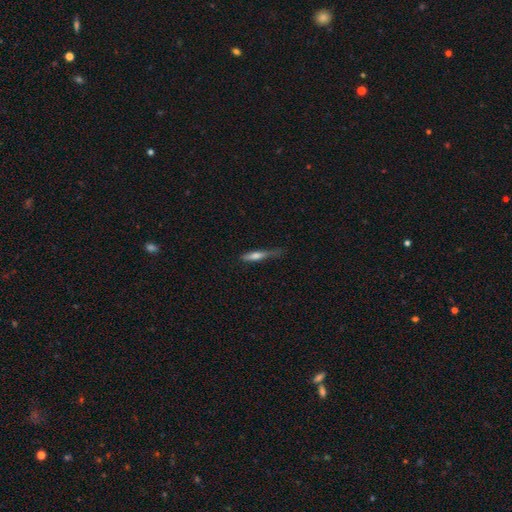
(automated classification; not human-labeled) smooth_or_featured: smooth (p=0.59) [alt: featured or disk p=0.34]
how_rounded: cigar-shaped (p=0.85) [alt: in between p=0.13]
merging: none (p=0.53) [alt: minor disturbance p=0.34]